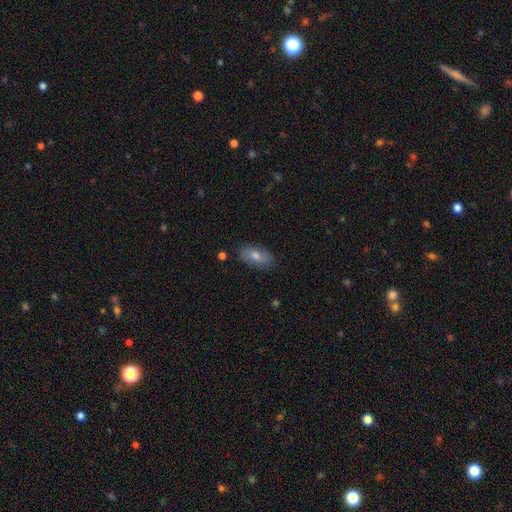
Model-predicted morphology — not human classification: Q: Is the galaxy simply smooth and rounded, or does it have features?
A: smooth — 67%.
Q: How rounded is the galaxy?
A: in between — 86%.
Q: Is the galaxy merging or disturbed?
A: none — 85%.